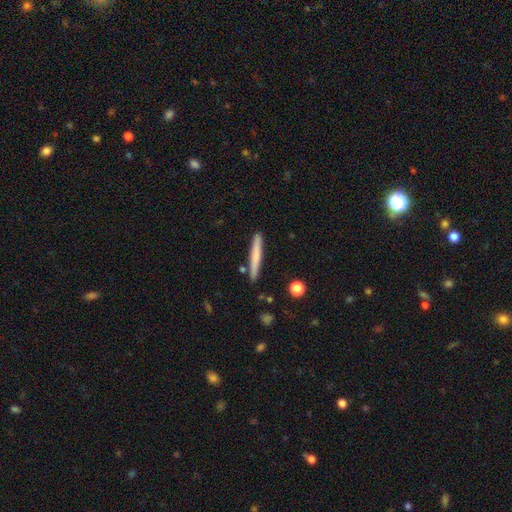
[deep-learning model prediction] This appears to be a smooth galaxy with no disk features (66%) that is cigar-shaped (96%). Merging: none (88%).